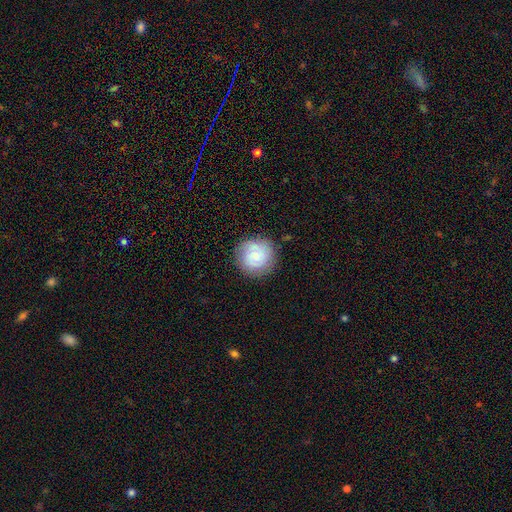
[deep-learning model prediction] smooth_or_featured: smooth (p=0.56) [alt: featured or disk p=0.37]
how_rounded: round (p=0.92) [alt: in between p=0.07]
merging: none (p=0.81) [alt: minor disturbance p=0.13]